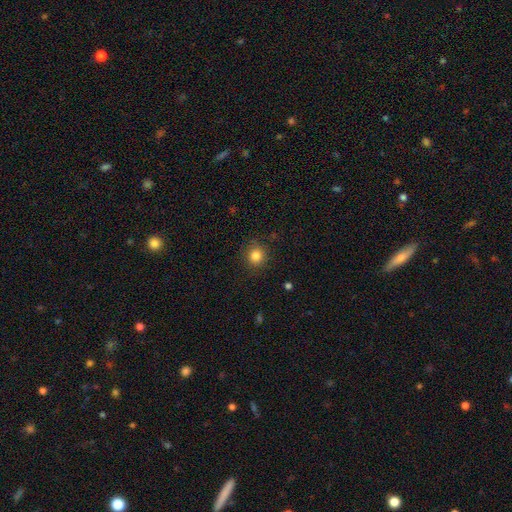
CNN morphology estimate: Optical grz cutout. It shows a smooth galaxy with no disk features (83%) that is round (90%). Merging: none (87%).